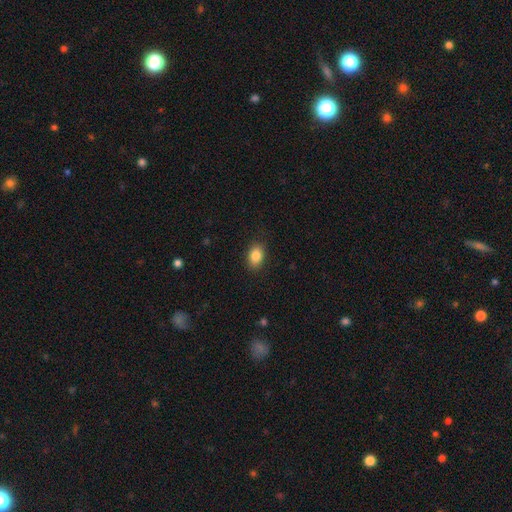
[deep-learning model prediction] The model was most divided on "how rounded": in between: 81%, round: 18%, cigar-shaped: 1%. More confident: merging — none (87%); smooth or featured — smooth (85%).